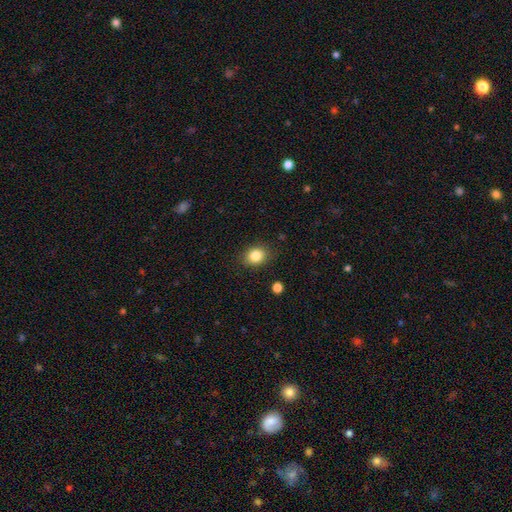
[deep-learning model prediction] This is clearly a smooth galaxy (84%). How rounded: possibly round (53%). Merging: clearly none (85%).